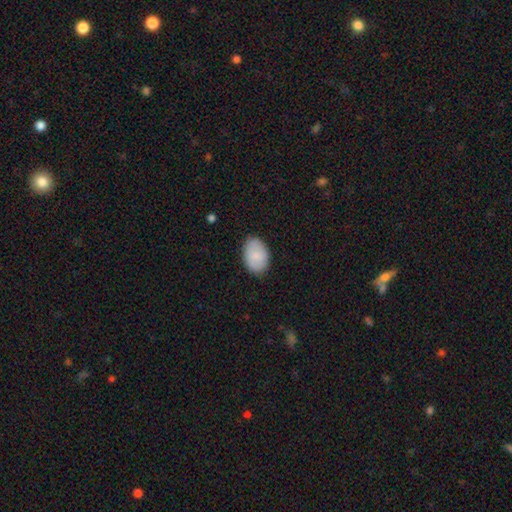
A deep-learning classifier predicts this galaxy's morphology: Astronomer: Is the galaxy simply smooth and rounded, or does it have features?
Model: smooth — 84%.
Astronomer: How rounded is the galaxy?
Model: in between — 87%.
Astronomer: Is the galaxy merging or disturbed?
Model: none — 84%.